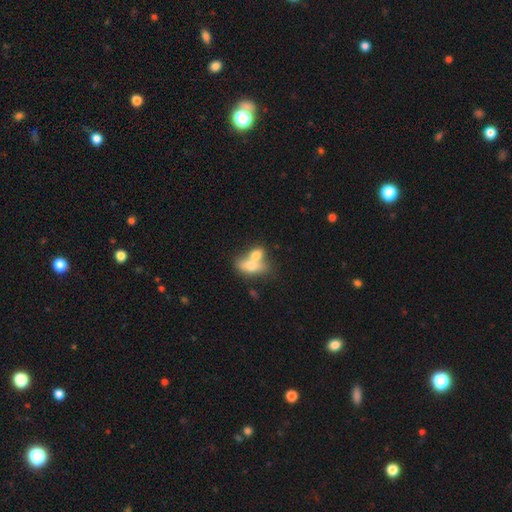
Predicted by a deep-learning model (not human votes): Morphology: type=smooth (69%); roundness=in between (76%); merging=merger (69%).